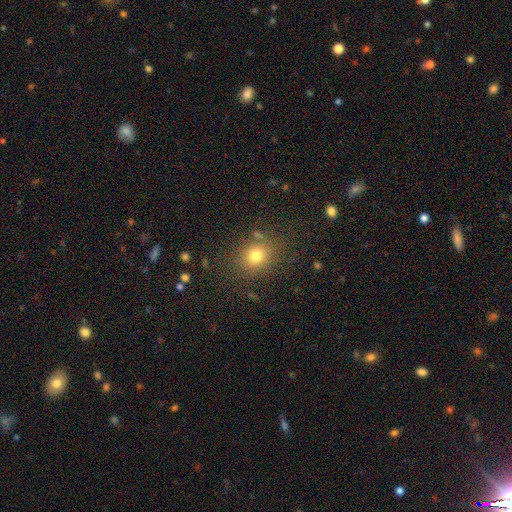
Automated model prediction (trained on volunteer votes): Smooth or featured? Predicted: smooth (p=0.76). How rounded? Predicted: round (p=0.69). Merging? Predicted: none (p=0.79).